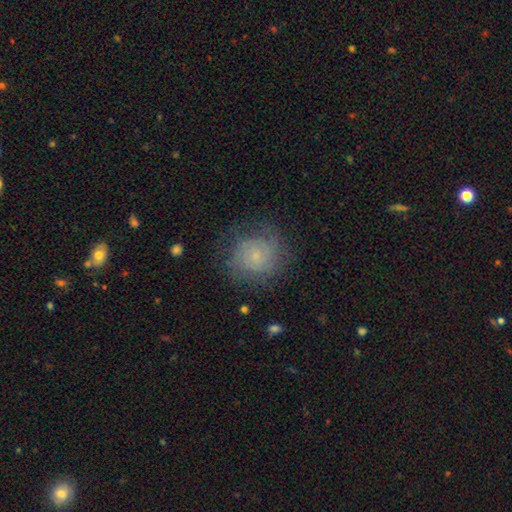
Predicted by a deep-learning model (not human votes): Smooth or featured? smooth (50%)
How rounded? round (87%)
Merging? none (70%)